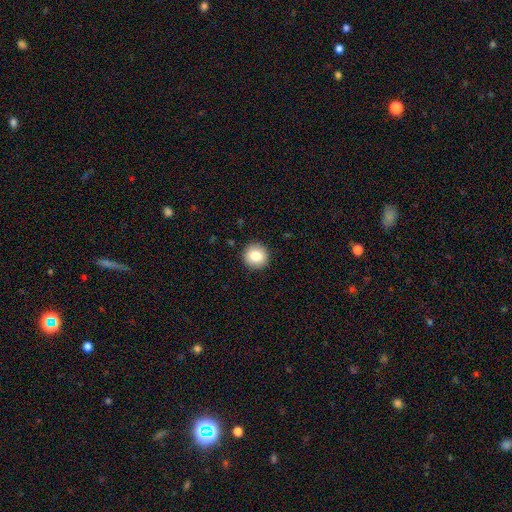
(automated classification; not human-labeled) smooth-or-featured: smooth: 85% | star or artifact: 9% | featured or disk: 7%
  how-rounded: round: 94% | in between: 5% | cigar-shaped: 1%
  merging: none: 92% | minor disturbance: 6% | major disturbance: 2% | merger: 1%